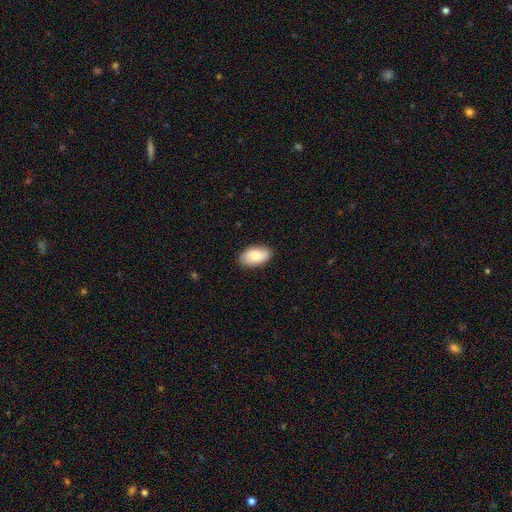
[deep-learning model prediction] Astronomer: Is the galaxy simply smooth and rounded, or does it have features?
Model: smooth — 84%.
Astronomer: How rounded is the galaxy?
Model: in between — 95%.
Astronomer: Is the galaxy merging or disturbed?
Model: none — 84%.